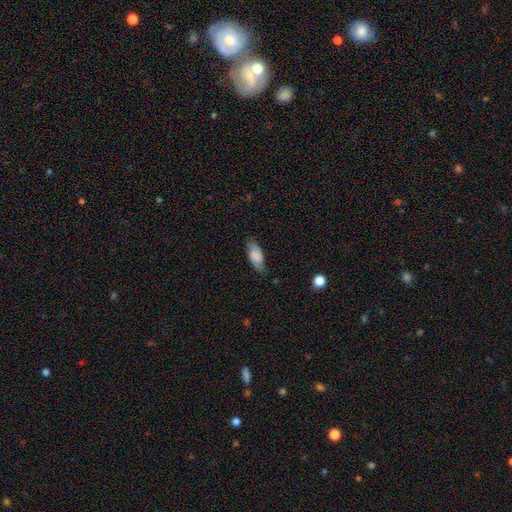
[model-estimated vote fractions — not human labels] Overall: smooth (71%). How rounded: in between (84%). Merging: none (74%).